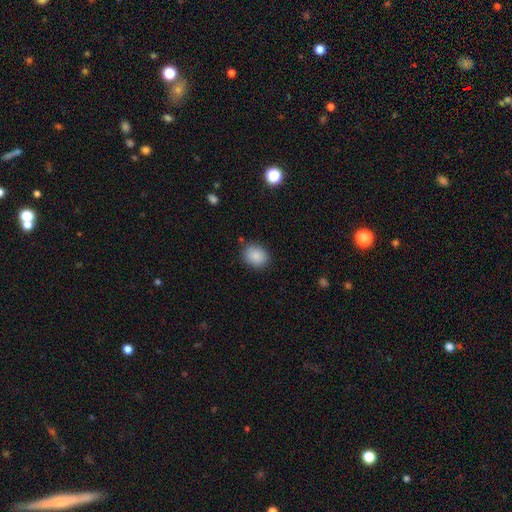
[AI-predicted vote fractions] Smooth or featured?
  - smooth: 87% *
  - star or artifact: 8%
  - featured or disk: 4%
How rounded?
  - round: 55% *
  - in between: 44%
  - cigar-shaped: 1%
Merging?
  - none: 84% *
  - minor disturbance: 12%
  - major disturbance: 3%
  - merger: 2%